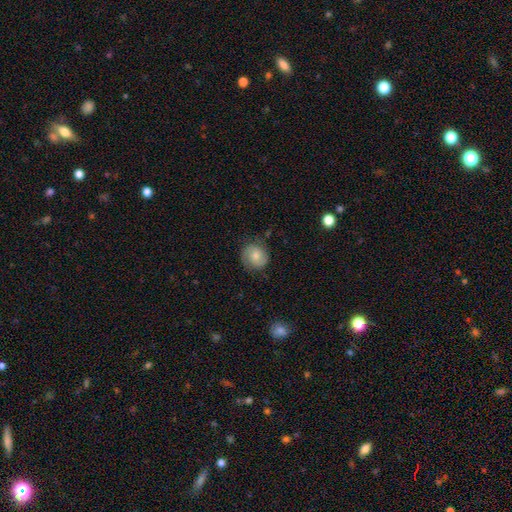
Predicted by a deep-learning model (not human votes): Smooth or featured? smooth (54%)
How rounded? round (83%)
Merging? none (75%)